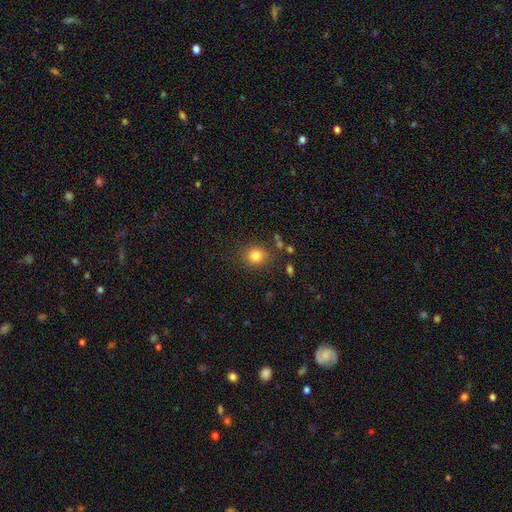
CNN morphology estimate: A smooth galaxy with no disk features (81%) that is round (81%).

Vote fractions:
- Smooth or featured? smooth: 81% / star or artifact: 12% / featured or disk: 7%
- How rounded? round: 81% / in between: 18% / cigar-shaped: 1%
- Merging? none: 82% / minor disturbance: 10% / major disturbance: 4% / merger: 4%